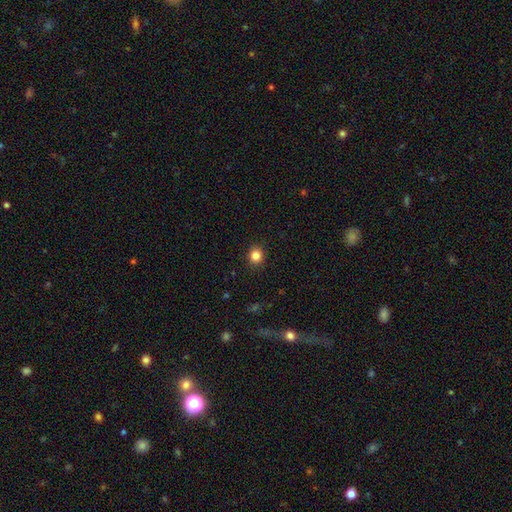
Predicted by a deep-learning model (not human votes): Smooth or featured? Predicted: smooth (p=0.84). How rounded? Predicted: round (p=0.86). Merging? Predicted: none (p=0.91).